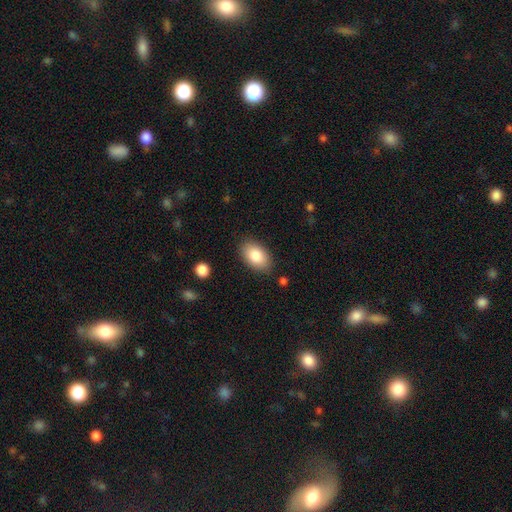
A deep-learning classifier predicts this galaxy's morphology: Smooth or featured? Predicted: smooth (p=0.84). How rounded? Predicted: in between (p=0.93). Merging? Predicted: none (p=0.86).